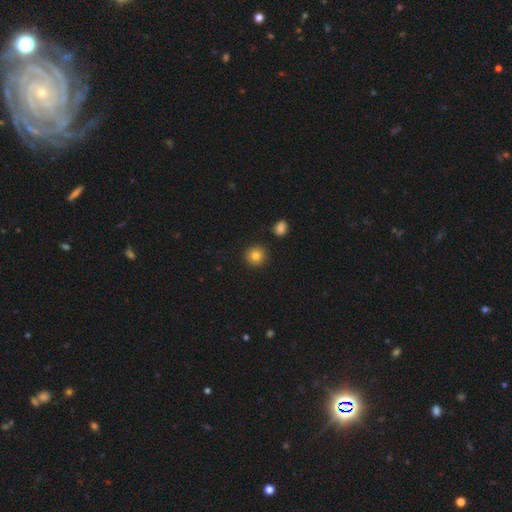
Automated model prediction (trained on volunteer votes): Smooth or featured? smooth (83%)
How rounded? round (93%)
Merging? none (91%)